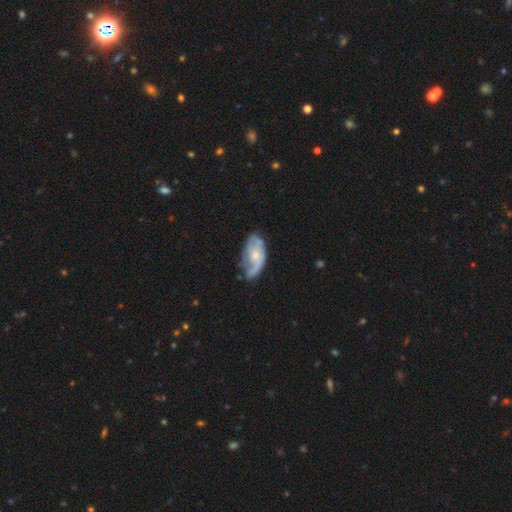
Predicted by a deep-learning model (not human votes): The model was most divided on "merging": none: 44%, minor disturbance: 33%, major disturbance: 20%, merger: 3%. More confident: edge-on disk — no (95%); spiral arms — yes (80%); bar — no (74%); smooth or featured — featured or disk (65%); bulge size — small (52%).